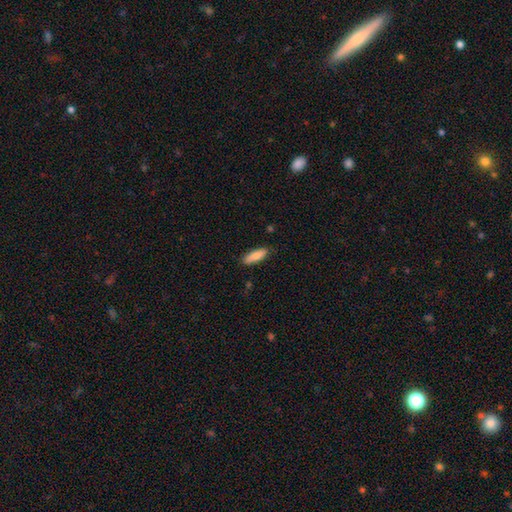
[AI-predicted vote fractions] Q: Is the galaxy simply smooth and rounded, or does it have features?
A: smooth — 84%.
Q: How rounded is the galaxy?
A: in between — 55%.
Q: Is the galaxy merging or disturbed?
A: none — 85%.